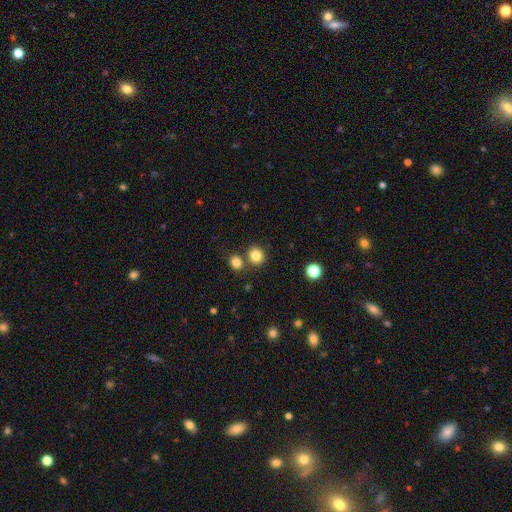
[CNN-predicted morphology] Smooth or featured?
  - smooth: 83% *
  - star or artifact: 12%
  - featured or disk: 5%
How rounded?
  - round: 82% *
  - in between: 17%
  - cigar-shaped: 1%
Merging?
  - none: 73% *
  - merger: 16%
  - minor disturbance: 8%
  - major disturbance: 3%